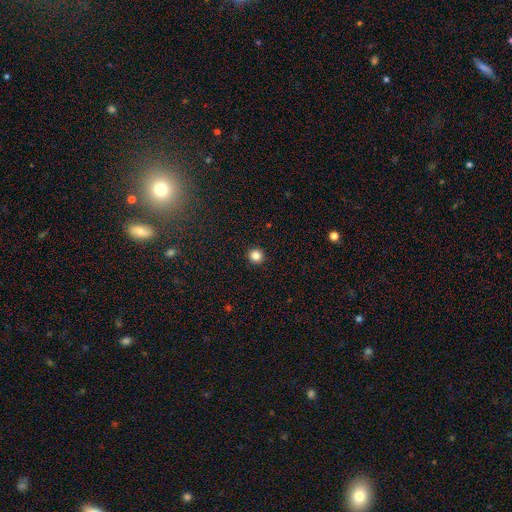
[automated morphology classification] Smooth or featured: smooth — 85% (star or artifact — 11%)
How rounded: round — 94% (in between — 5%)
Merging: none — 94% (minor disturbance — 4%)